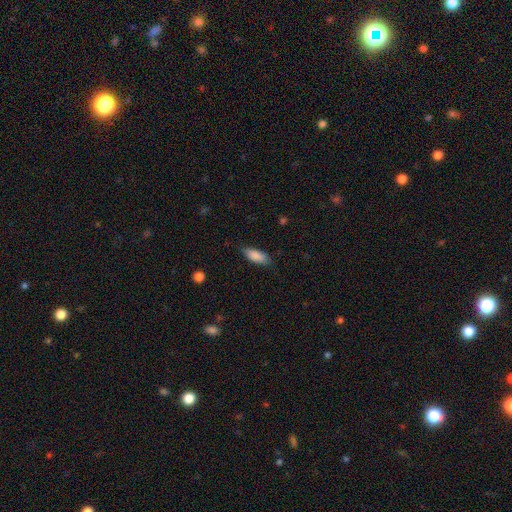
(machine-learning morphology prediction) Overall: smooth (87%). How rounded: in between (78%). Merging: none (77%).